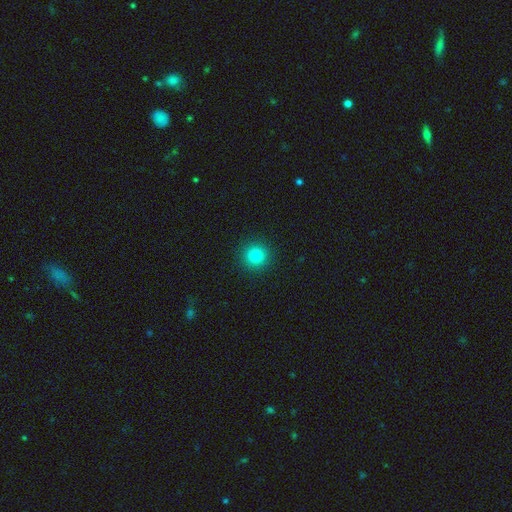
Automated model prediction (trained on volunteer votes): Smooth or featured? Predicted: smooth (p=0.83). How rounded? Predicted: round (p=0.94). Merging? Predicted: none (p=0.92).